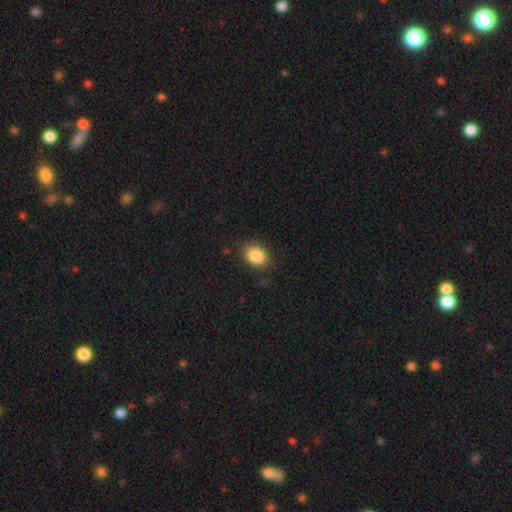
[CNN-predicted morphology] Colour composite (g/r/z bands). It shows a smooth galaxy with no disk features (86%) that is in between round and cigar-shaped (67%). Merging: none (83%).